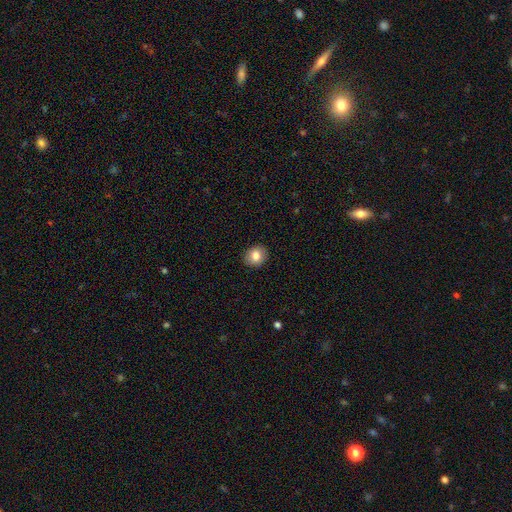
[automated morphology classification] A smooth galaxy with no disk features (82%) that is round (72%). Merging: none (91%).